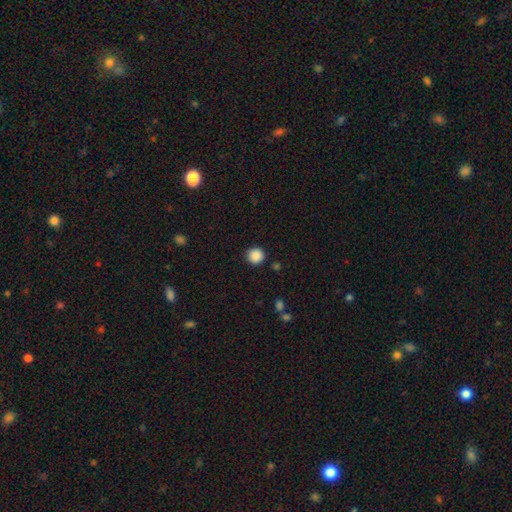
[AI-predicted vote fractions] Smooth or featured? smooth (88%)
How rounded? round (95%)
Merging? none (91%)